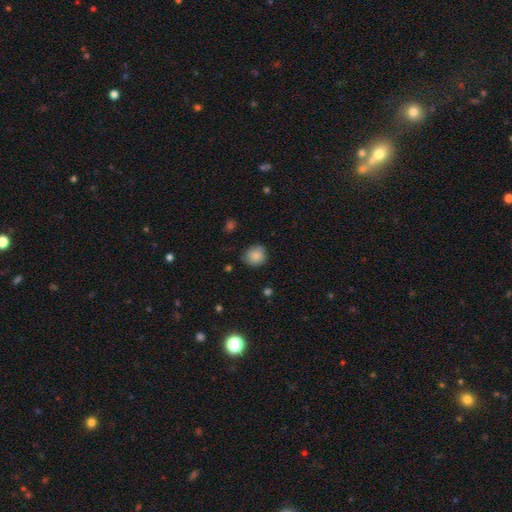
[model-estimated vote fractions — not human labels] Smooth or featured? Predicted: smooth (p=0.85). How rounded? Predicted: round (p=0.80). Merging? Predicted: none (p=0.74).